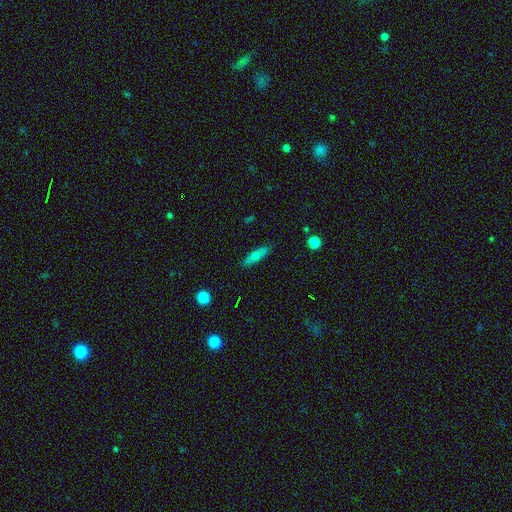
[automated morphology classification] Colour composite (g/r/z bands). It shows a smooth galaxy with no disk features (59%) that is cigar-shaped (63%). Merging: none (85%).